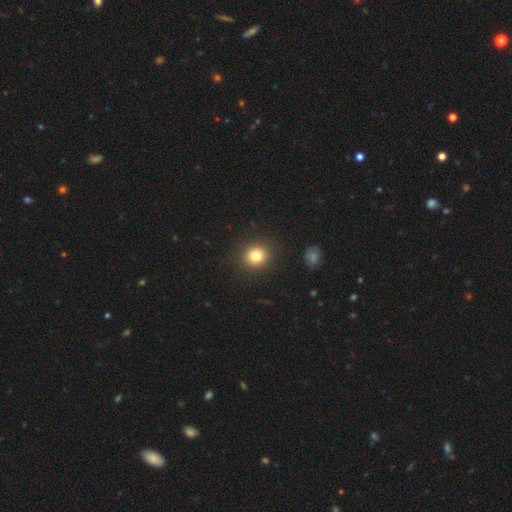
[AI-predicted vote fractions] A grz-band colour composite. It shows a smooth galaxy with no disk features (81%) that is round (83%). Merging: none (89%).